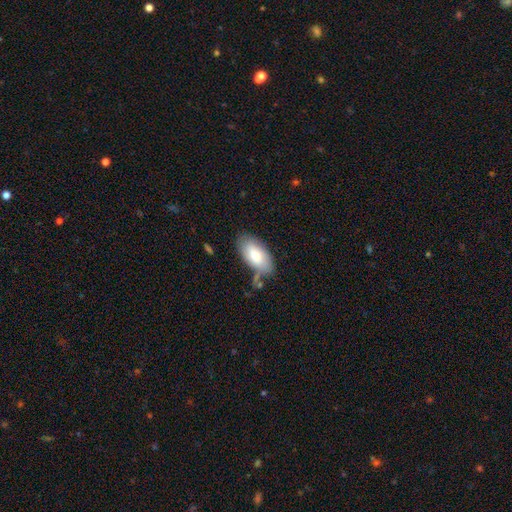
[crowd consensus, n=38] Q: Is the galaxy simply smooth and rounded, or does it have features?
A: smooth — 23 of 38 (61%).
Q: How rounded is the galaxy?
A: in between — 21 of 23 (91%).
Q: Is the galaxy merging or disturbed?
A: none — 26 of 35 (74%).